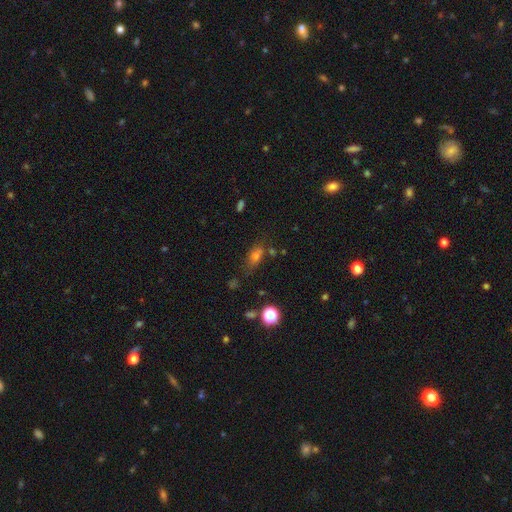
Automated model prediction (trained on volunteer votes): Morphology: type=smooth (64%); roundness=in between (68%); merging=none (63%).